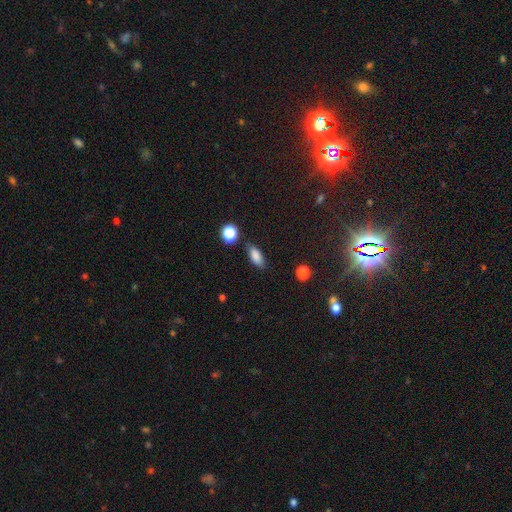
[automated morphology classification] This is clearly a smooth galaxy (84%). How rounded: clearly in between (81%). Merging: likely none (80%).